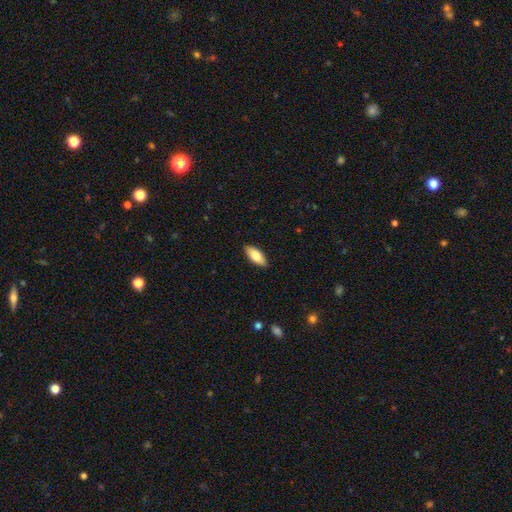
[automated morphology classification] The model was most divided on "smooth or featured": smooth: 79%, featured or disk: 15%, star or artifact: 6%. More confident: merging — none (89%); how rounded — in between (82%).